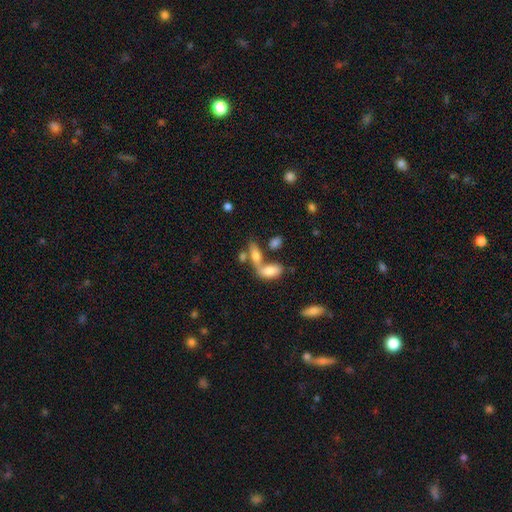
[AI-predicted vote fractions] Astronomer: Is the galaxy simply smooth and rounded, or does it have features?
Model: smooth — 65%.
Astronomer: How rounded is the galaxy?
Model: in between — 70%.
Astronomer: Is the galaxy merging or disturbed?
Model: merger — 50% (runner-up: none, 34%).